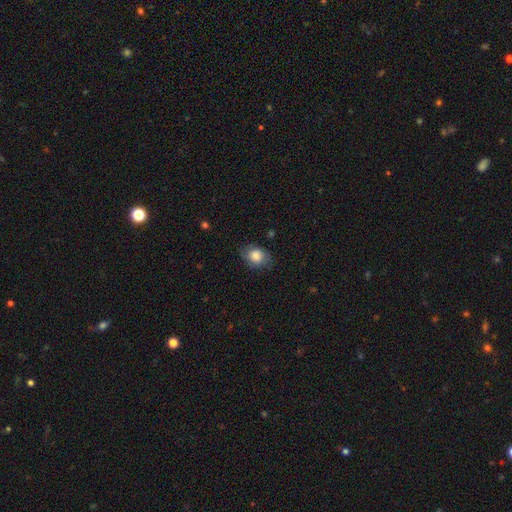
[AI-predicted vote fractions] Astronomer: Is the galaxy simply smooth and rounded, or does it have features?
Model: smooth — 77%.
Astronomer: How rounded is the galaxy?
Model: in between — 63%.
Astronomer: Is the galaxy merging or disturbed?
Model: none — 73%.